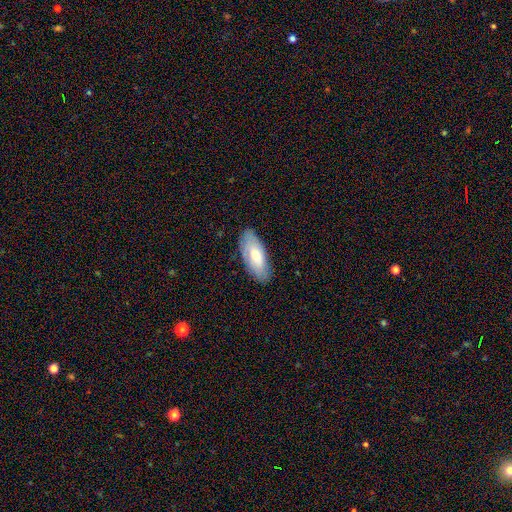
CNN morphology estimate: A smooth galaxy with no disk features (67%) that is in between round and cigar-shaped (84%). Merging: none (81%).